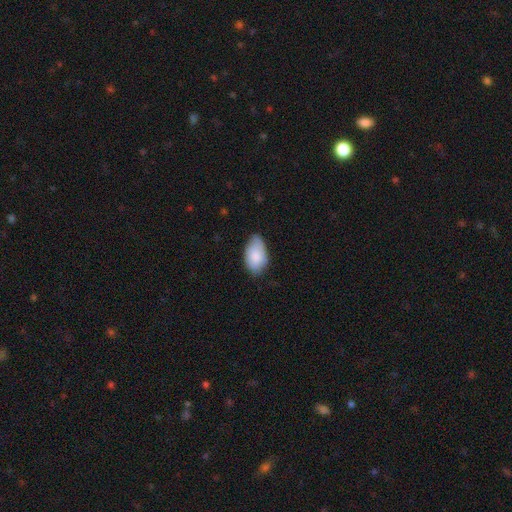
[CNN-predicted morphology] smooth-or-featured: smooth: 84% | featured or disk: 10% | star or artifact: 6%
  how-rounded: in between: 94% | round: 5% | cigar-shaped: 1%
  merging: none: 63% | minor disturbance: 31% | major disturbance: 5% | merger: 1%